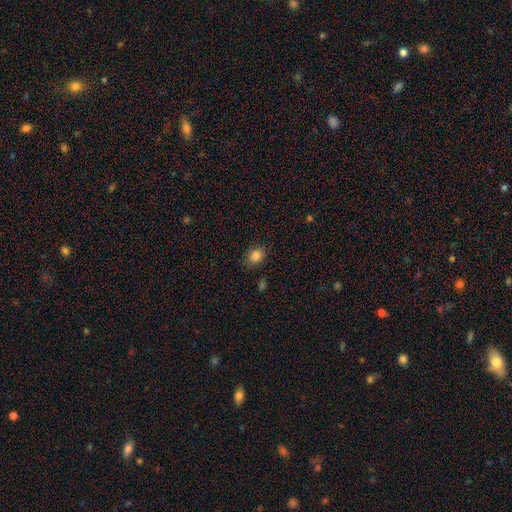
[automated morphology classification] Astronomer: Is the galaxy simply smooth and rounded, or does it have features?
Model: smooth — 84%.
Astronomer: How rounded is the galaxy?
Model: in between — 50% (runner-up: round, 49%).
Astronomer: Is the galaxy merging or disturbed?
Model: none — 80%.